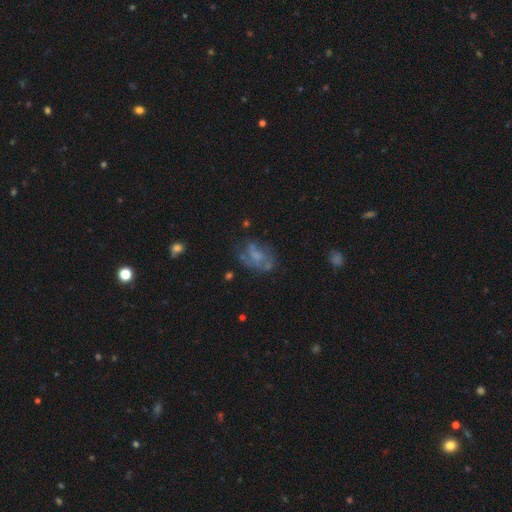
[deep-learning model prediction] Q: Smooth or featured?
A: featured or disk (51%); runner-up: smooth (36%)
Q: Edge-on disk?
A: no (97%); runner-up: yes (3%)
Q: Merging?
A: none (44%); runner-up: major disturbance (24%)